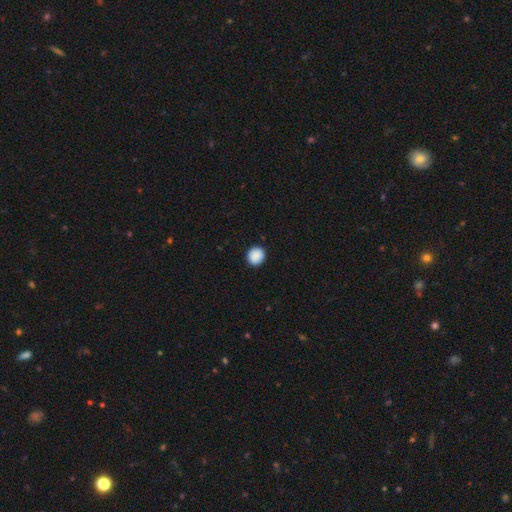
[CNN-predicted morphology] type=smooth (90%); roundness=round (86%); merging=none (91%).